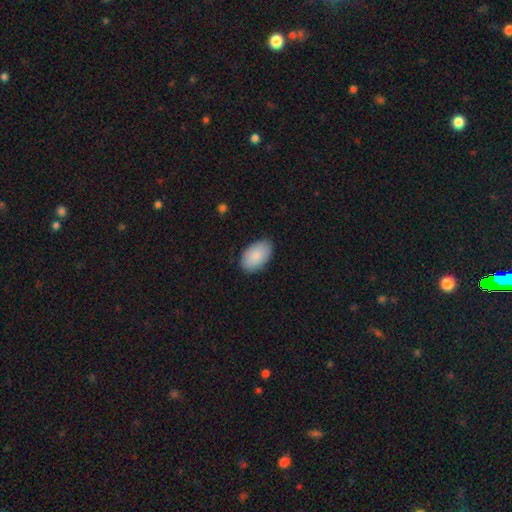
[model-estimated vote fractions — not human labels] This is clearly a smooth galaxy (88%). How rounded: clearly in between (94%). Merging: clearly none (84%).